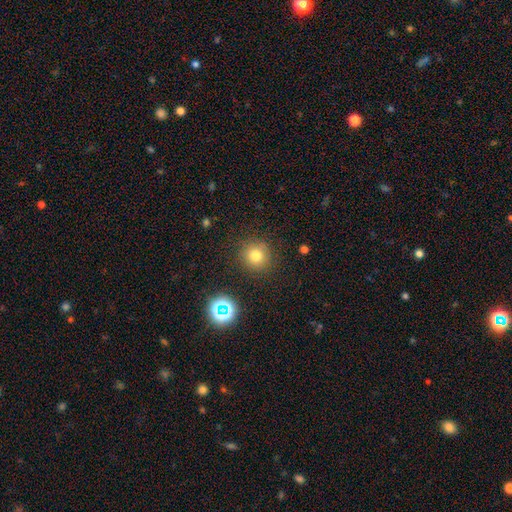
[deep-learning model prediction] This appears to be a smooth galaxy with no disk features (75%) that is round (93%). Merging: none (87%).